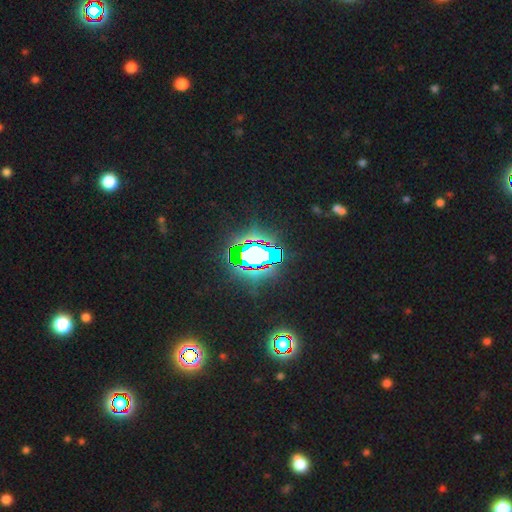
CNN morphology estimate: Smooth or featured? star or artifact (72%)